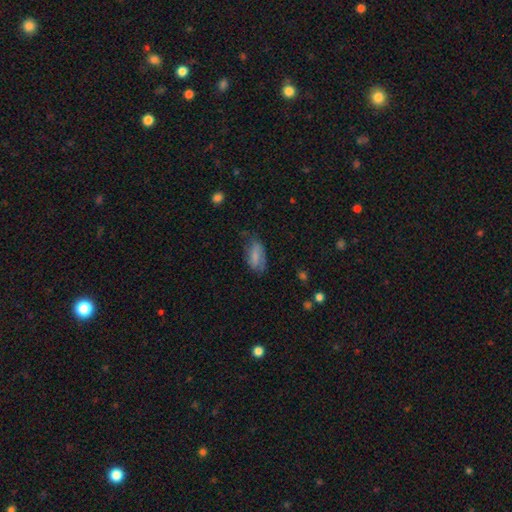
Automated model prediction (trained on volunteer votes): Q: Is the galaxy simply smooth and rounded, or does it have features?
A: smooth — 64%.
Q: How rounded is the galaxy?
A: in between — 88%.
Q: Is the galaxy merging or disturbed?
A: none — 54%.